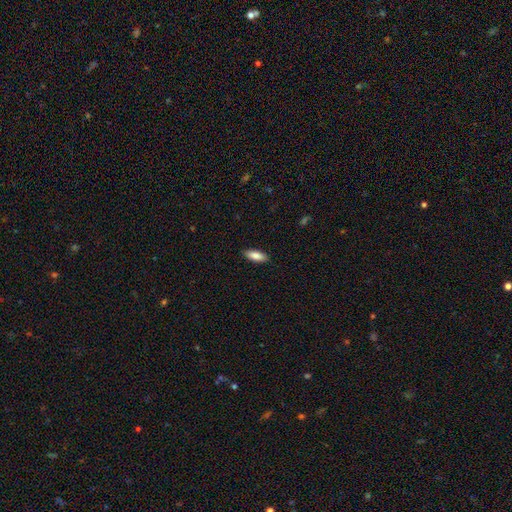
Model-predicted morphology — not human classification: smooth 85%, featured or disk 9%, star or artifact 6%. Down the decision tree: how rounded — in between (71%); merging — none (90%).